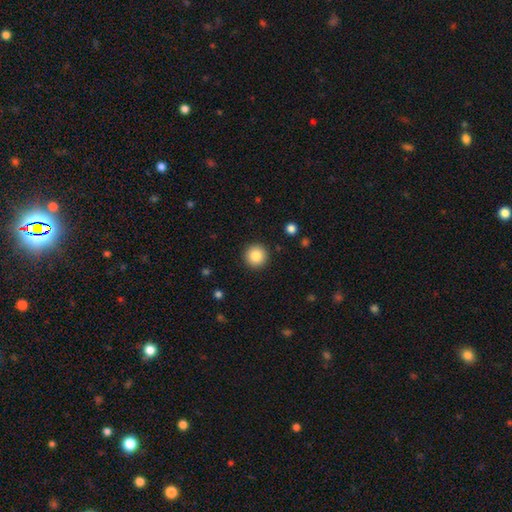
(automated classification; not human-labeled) A smooth galaxy with no disk features (85%) that is round (95%). Merging: none (92%).